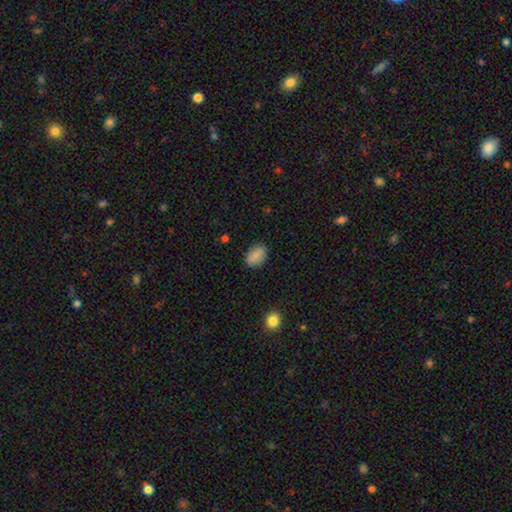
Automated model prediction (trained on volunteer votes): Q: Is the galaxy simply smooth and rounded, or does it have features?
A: smooth — 87%.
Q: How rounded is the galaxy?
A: in between — 86%.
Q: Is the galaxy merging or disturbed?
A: none — 85%.